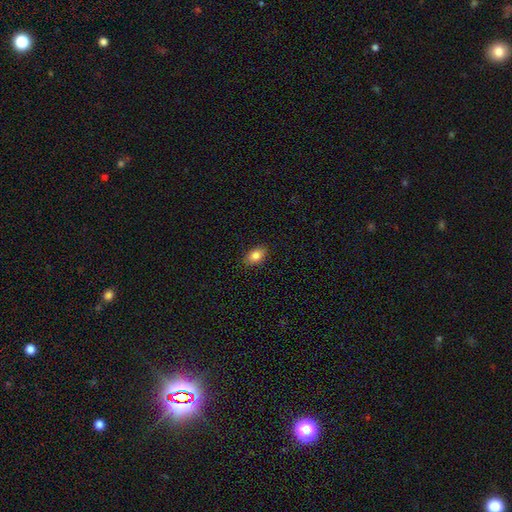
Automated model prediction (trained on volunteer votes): The model was most divided on "how rounded": in between: 79%, round: 20%, cigar-shaped: 2%. More confident: merging — none (87%); smooth or featured — smooth (84%).